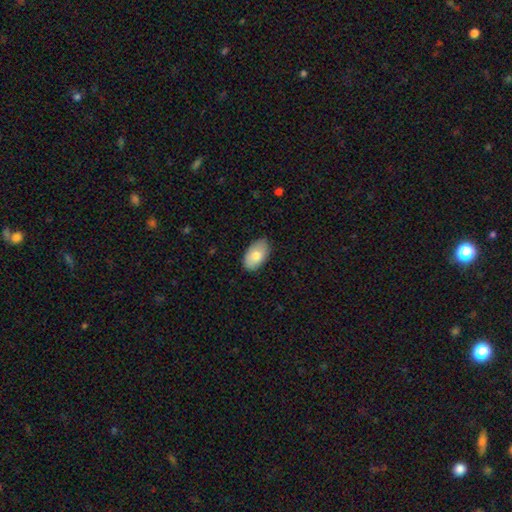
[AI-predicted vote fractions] Smooth or featured?
  - smooth: 78% *
  - featured or disk: 16%
  - star or artifact: 6%
How rounded?
  - in between: 94% *
  - round: 5%
  - cigar-shaped: 1%
Merging?
  - none: 83% *
  - minor disturbance: 13%
  - major disturbance: 2%
  - merger: 1%